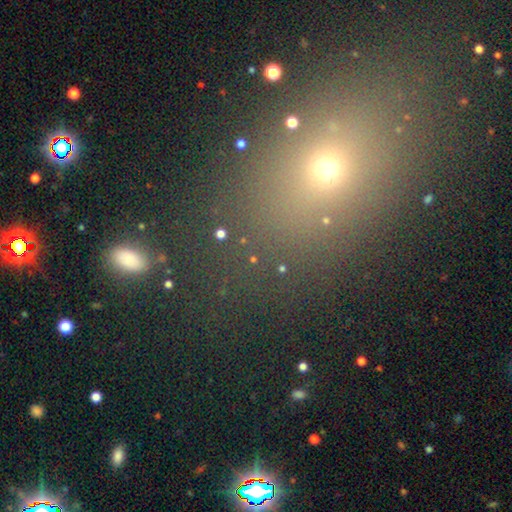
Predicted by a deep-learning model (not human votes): This is possibly a smooth galaxy (50%). How rounded: possibly in between (57%). Merging: clearly none (82%).